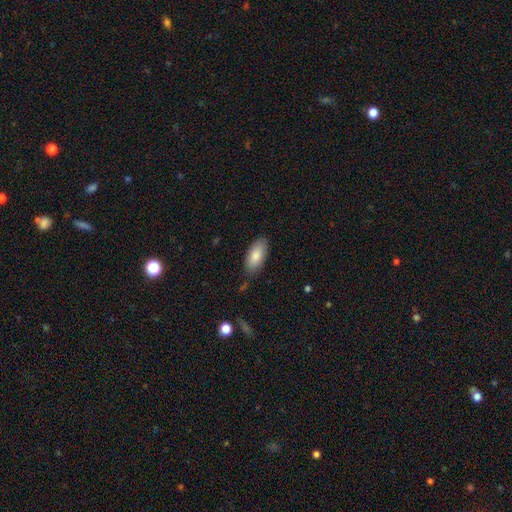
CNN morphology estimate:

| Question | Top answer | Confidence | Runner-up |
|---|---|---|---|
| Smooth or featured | smooth | 85% | featured or disk (9%) |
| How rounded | in between | 89% | cigar-shaped (9%) |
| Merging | none | 81% | minor disturbance (14%) |